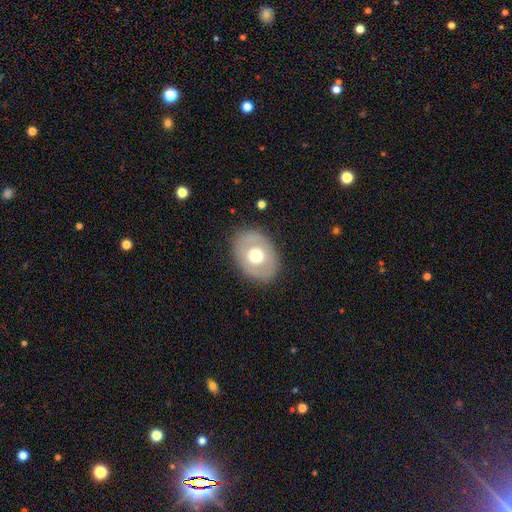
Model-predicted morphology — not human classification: smooth_or_featured: smooth (p=0.52) [alt: featured or disk p=0.41]
how_rounded: in between (p=0.65) [alt: round p=0.34]
merging: none (p=0.83) [alt: minor disturbance p=0.12]